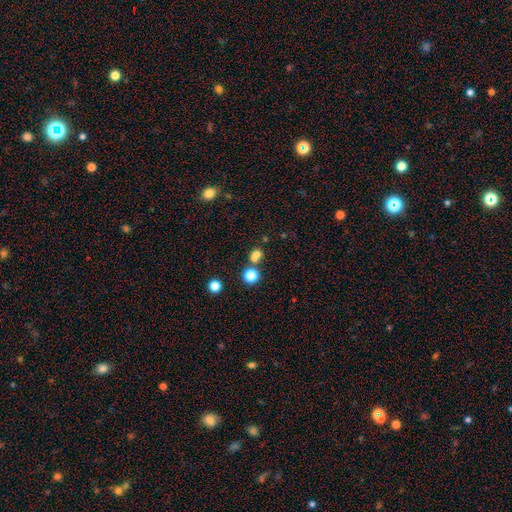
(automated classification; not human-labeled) Overall: smooth (72%). How rounded: round (75%). Merging: none (50%; merger 38%).